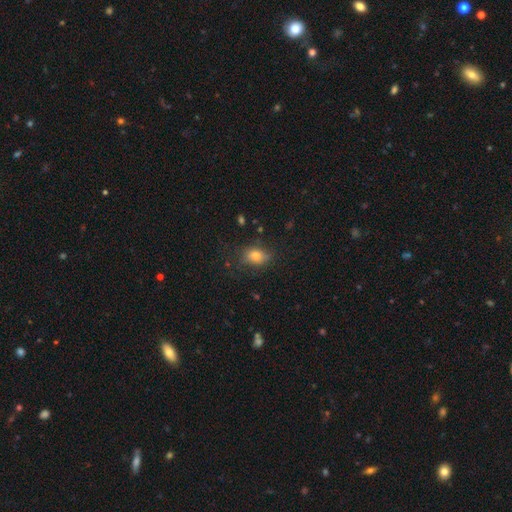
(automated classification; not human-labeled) Morphology: type=smooth (76%); roundness=in between (59%); merging=none (73%).